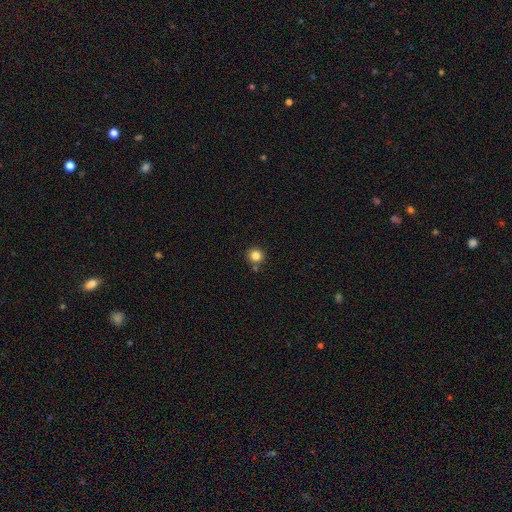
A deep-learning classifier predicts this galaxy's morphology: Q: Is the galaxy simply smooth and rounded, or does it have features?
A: smooth — 84%.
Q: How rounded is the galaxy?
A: round — 93%.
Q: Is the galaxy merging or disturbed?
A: none — 81%.